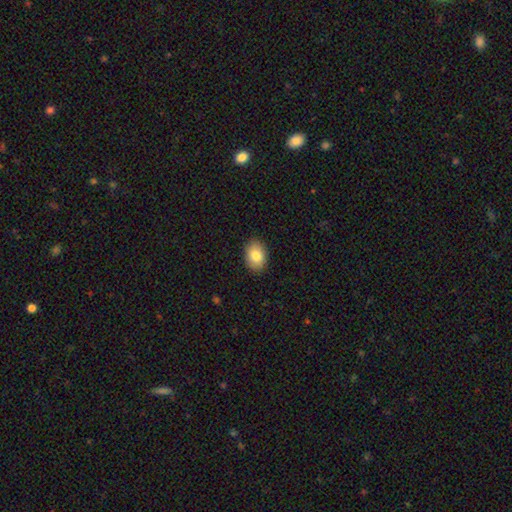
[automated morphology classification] Smooth or featured? Predicted: smooth (p=0.82). How rounded? Predicted: in between (p=0.80). Merging? Predicted: none (p=0.90).